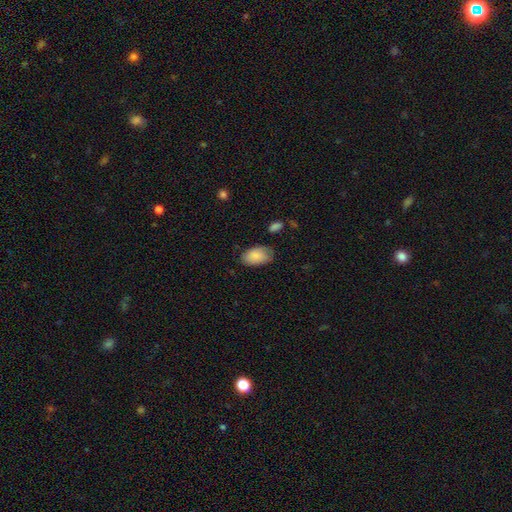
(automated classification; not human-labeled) Smooth or featured? Predicted: smooth (p=0.85). How rounded? Predicted: in between (p=0.93). Merging? Predicted: none (p=0.73).